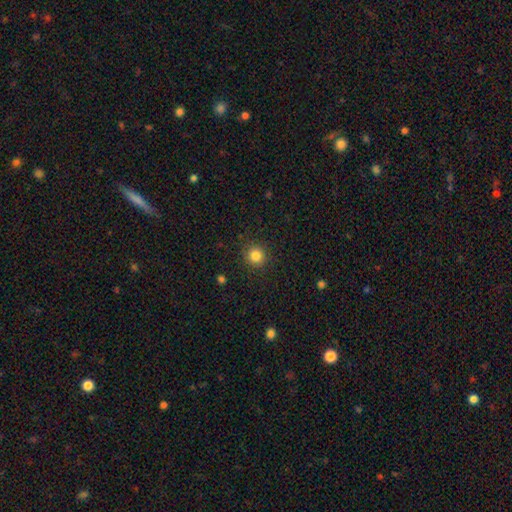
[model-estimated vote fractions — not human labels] Overall: smooth (84%). How rounded: round (93%). Merging: none (90%).